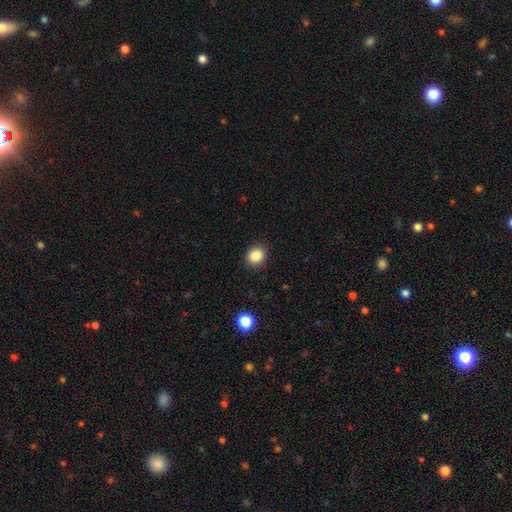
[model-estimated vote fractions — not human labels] Smooth or featured?
  - smooth: 86% *
  - star or artifact: 10%
  - featured or disk: 4%
How rounded?
  - round: 70% *
  - in between: 29%
  - cigar-shaped: 1%
Merging?
  - none: 90% *
  - minor disturbance: 7%
  - major disturbance: 2%
  - merger: 1%